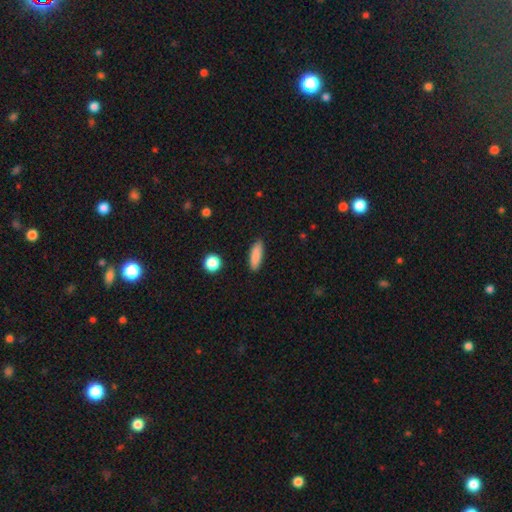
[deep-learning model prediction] Smooth or featured: smooth — 87% (star or artifact — 7%)
How rounded: in between — 54% (cigar-shaped — 43%)
Merging: none — 87% (minor disturbance — 9%)